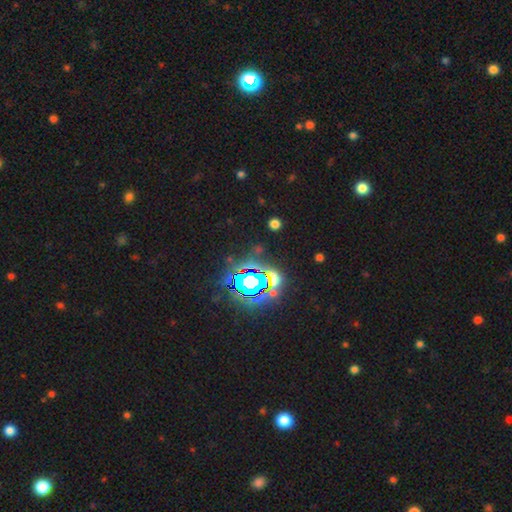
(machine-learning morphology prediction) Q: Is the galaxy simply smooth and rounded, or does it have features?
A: star or artifact — 77%.